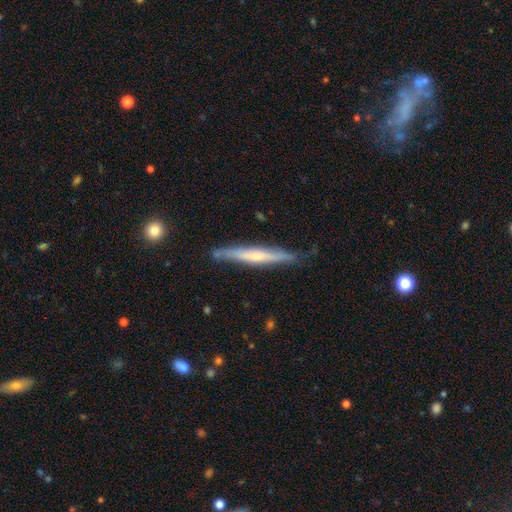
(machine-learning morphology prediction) type=featured or disk (57%); edge-on=yes (94%); edge-on bulge=rounded (50%); merging=none (79%).